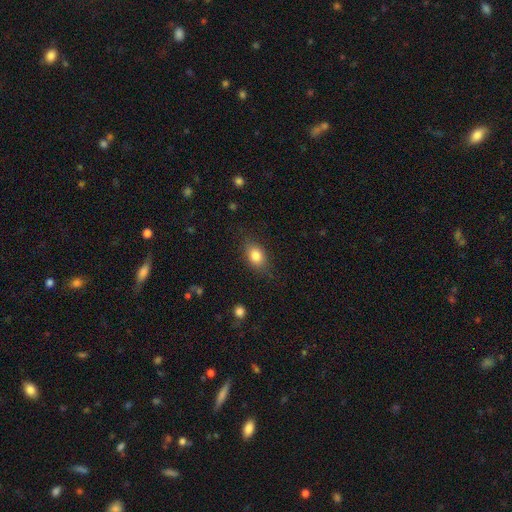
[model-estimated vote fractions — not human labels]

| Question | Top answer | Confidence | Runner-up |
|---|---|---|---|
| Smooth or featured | smooth | 83% | featured or disk (9%) |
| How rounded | in between | 76% | round (21%) |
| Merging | none | 79% | minor disturbance (15%) |